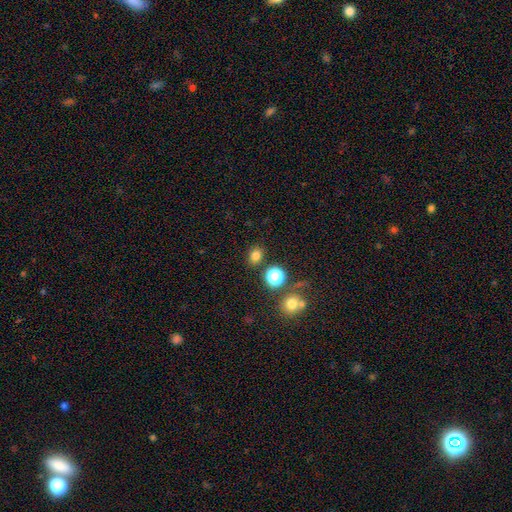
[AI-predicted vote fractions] smooth_or_featured: smooth (p=0.77) [alt: star or artifact p=0.17]
how_rounded: round (p=0.56) [alt: in between p=0.43]
merging: none (p=0.82) [alt: minor disturbance p=0.09]